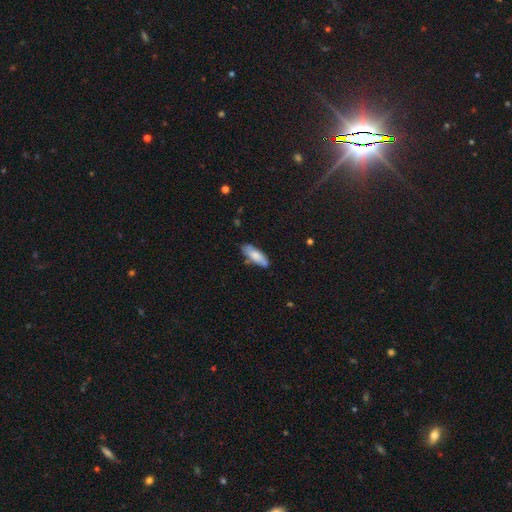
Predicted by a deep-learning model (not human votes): smooth_or_featured: smooth (p=0.74) [alt: featured or disk p=0.20]
how_rounded: in between (p=0.64) [alt: cigar-shaped p=0.34]
merging: none (p=0.75) [alt: minor disturbance p=0.19]